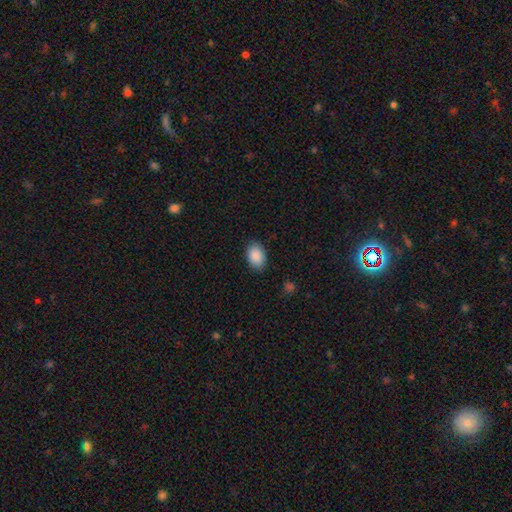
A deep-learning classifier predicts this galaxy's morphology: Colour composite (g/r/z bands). It shows a smooth galaxy with no disk features (90%) that is in between round and cigar-shaped (83%). Merging: none (86%).